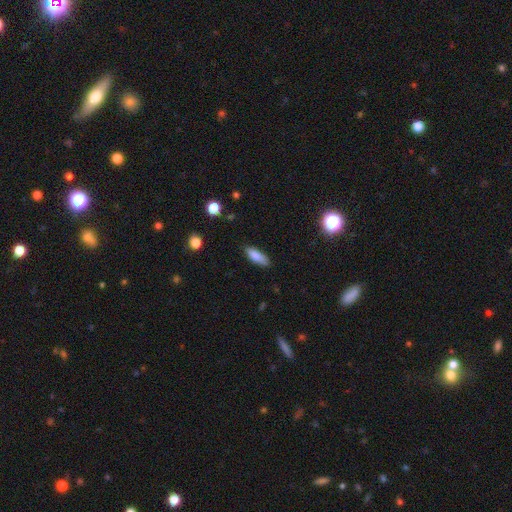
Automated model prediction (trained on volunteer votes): smooth 84%, featured or disk 9%, star or artifact 7%. Down the decision tree: how rounded — in between (61%); merging — none (82%).